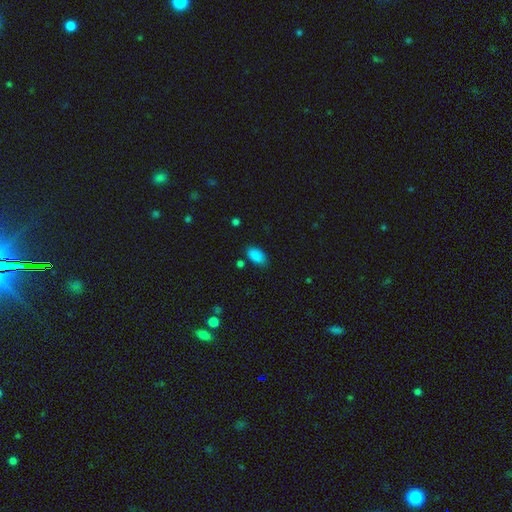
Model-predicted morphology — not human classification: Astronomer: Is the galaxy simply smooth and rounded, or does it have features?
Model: smooth — 87%.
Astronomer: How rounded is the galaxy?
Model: in between — 93%.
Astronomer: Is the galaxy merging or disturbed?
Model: none — 81%.